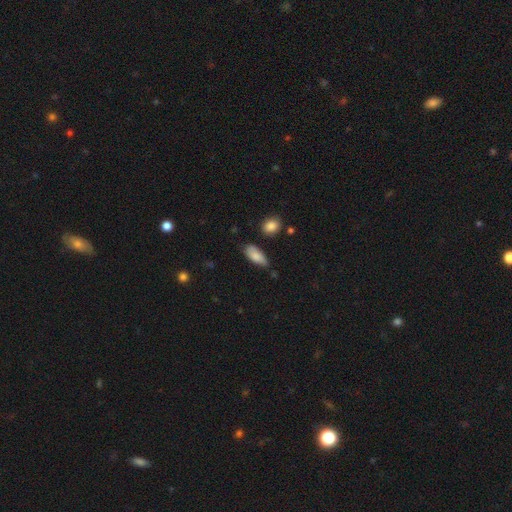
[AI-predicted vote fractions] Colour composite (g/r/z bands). It shows a smooth galaxy with no disk features (83%) that is in between round and cigar-shaped (83%). Merging: none (65%).